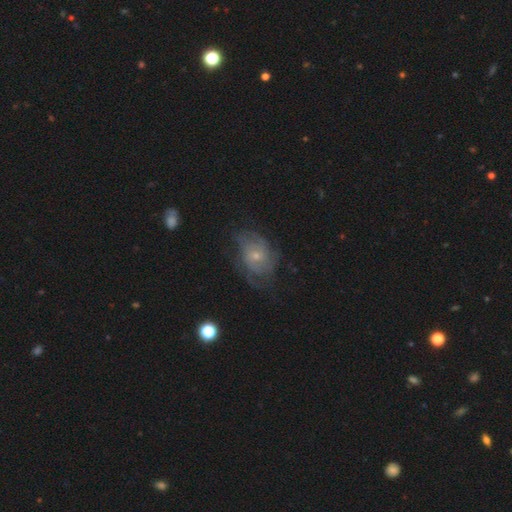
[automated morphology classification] type=featured or disk (68%); edge-on=no (97%); bar=no (76%); spiral arms=yes (82%); winding=tight (43%); arm count=can't tell (47%); bulge=small (67%); merging=none (54%).